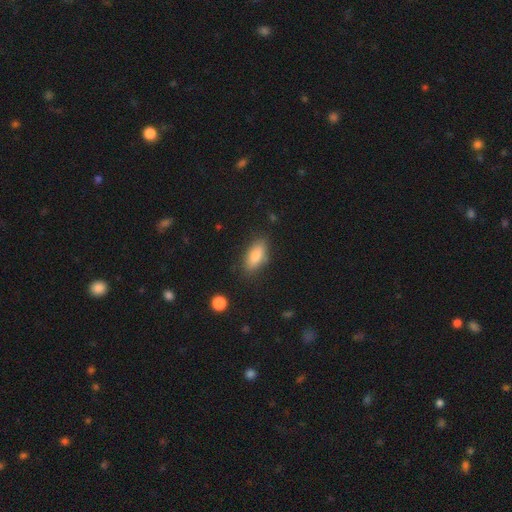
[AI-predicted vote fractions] Smooth or featured? smooth (81%)
How rounded? in between (83%)
Merging? none (83%)